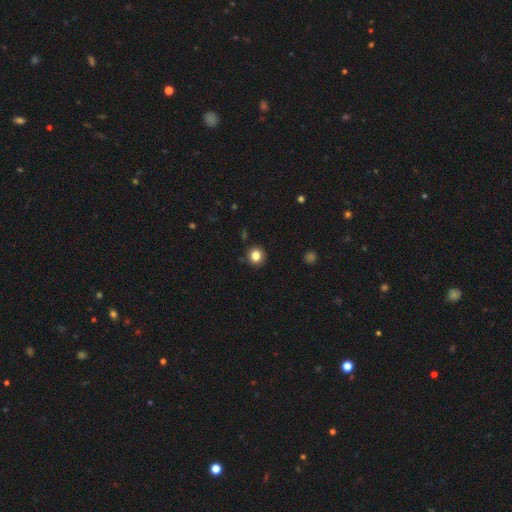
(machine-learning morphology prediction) Smooth or featured? Predicted: smooth (p=0.83). How rounded? Predicted: round (p=0.91). Merging? Predicted: none (p=0.90).